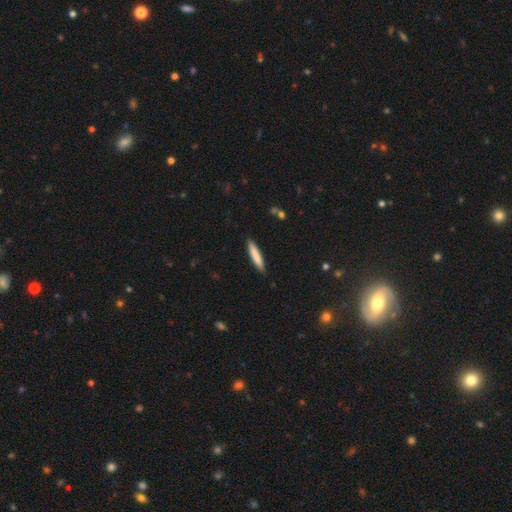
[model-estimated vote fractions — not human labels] Morphology: type=smooth (80%); roundness=cigar-shaped (90%); merging=none (89%).